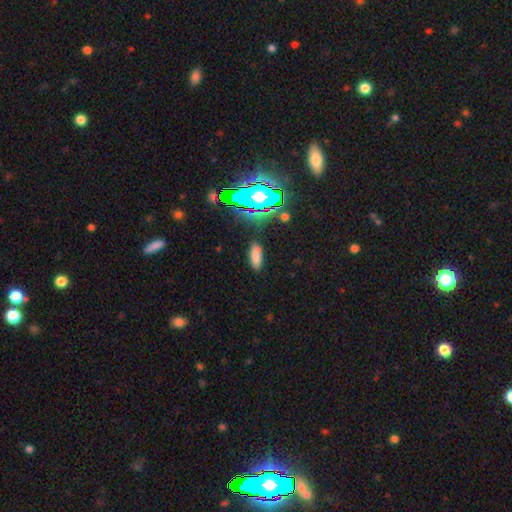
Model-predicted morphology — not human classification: A smooth galaxy with no disk features (75%) that is in between round and cigar-shaped (73%). Merging: none (84%).